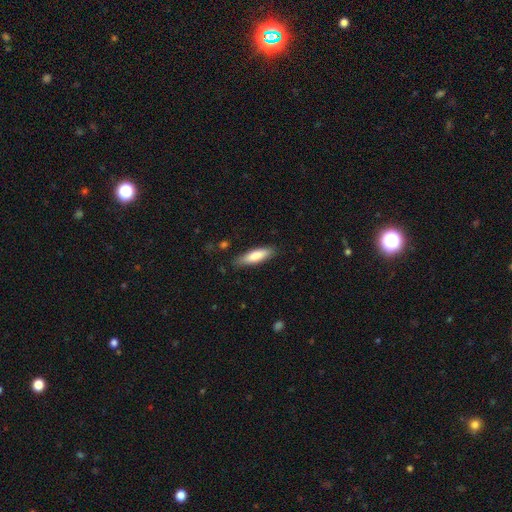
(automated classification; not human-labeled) Smooth or featured?
  - smooth: 80% *
  - featured or disk: 14%
  - star or artifact: 6%
How rounded?
  - cigar-shaped: 58% *
  - in between: 40%
  - round: 1%
Merging?
  - none: 83% *
  - minor disturbance: 13%
  - major disturbance: 3%
  - merger: 1%